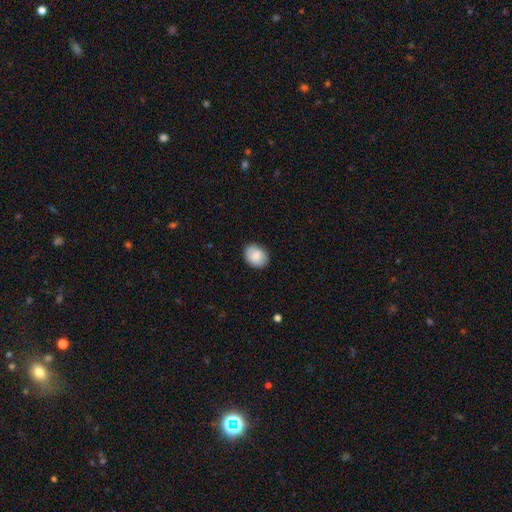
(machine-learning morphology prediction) smooth-or-featured: smooth: 83% | featured or disk: 10% | star or artifact: 7%
  how-rounded: in between: 52% | round: 47% | cigar-shaped: 1%
  merging: none: 83% | minor disturbance: 13% | major disturbance: 3% | merger: 1%